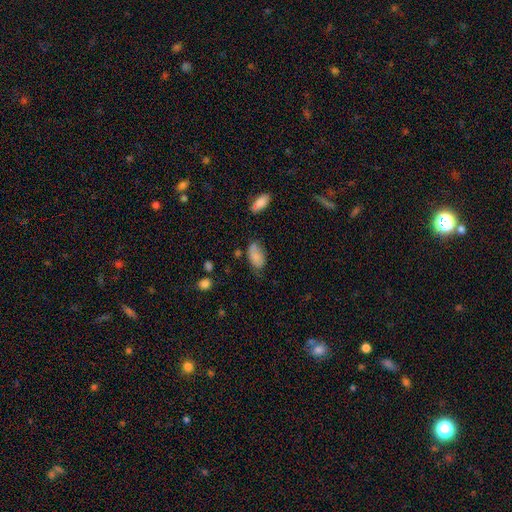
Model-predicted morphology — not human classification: Smooth or featured? Predicted: smooth (p=0.82). How rounded? Predicted: in between (p=0.93). Merging? Predicted: none (p=0.52).